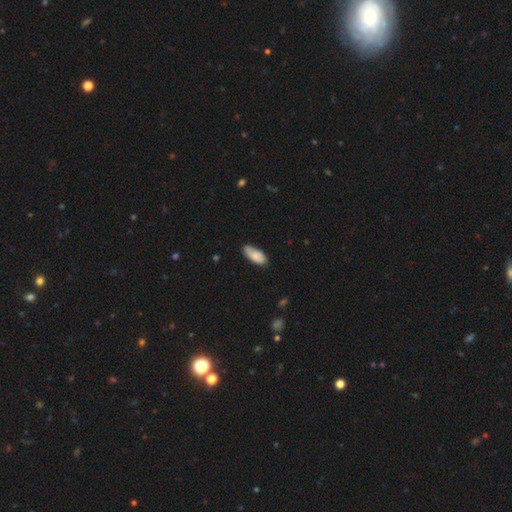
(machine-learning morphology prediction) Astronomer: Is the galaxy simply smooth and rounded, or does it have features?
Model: smooth — 82%.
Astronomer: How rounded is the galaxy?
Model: in between — 87%.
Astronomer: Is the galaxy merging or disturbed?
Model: none — 72%.